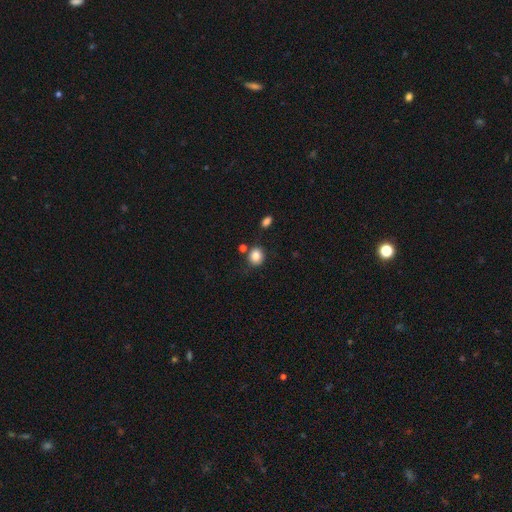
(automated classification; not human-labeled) Smooth or featured: smooth — 85% (star or artifact — 10%)
How rounded: round — 76% (in between — 23%)
Merging: none — 78% (minor disturbance — 11%)